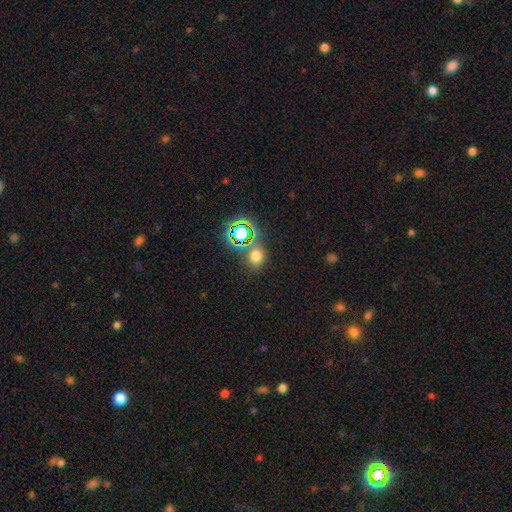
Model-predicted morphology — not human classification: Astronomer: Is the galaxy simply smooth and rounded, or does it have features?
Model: smooth — 61%.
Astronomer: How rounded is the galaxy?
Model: round — 65%.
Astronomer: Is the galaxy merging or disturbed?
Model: none — 73%.